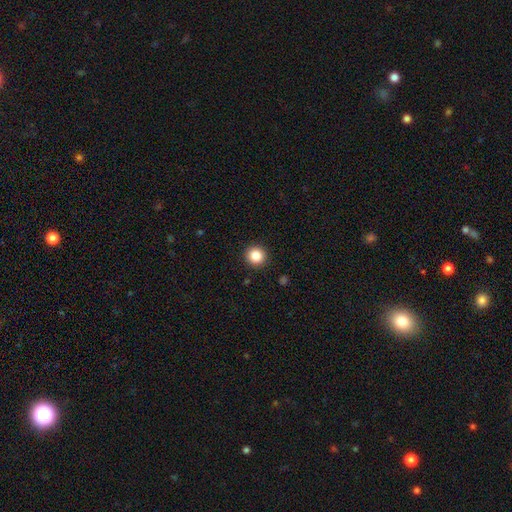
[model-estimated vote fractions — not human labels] smooth 85%, star or artifact 10%, featured or disk 4%. Down the decision tree: how rounded — round (95%); merging — none (93%).